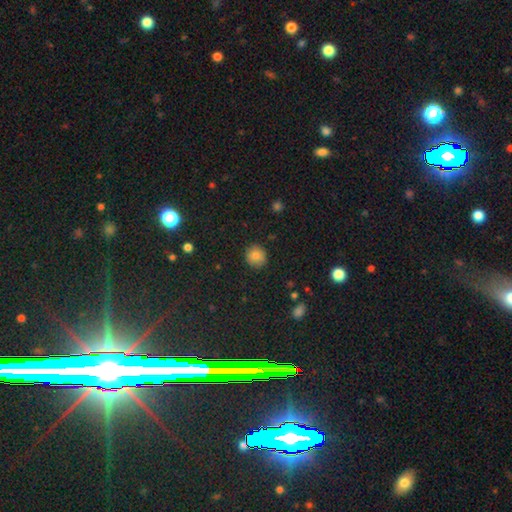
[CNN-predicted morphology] Overall: smooth (83%). How rounded: round (90%). Merging: none (88%).